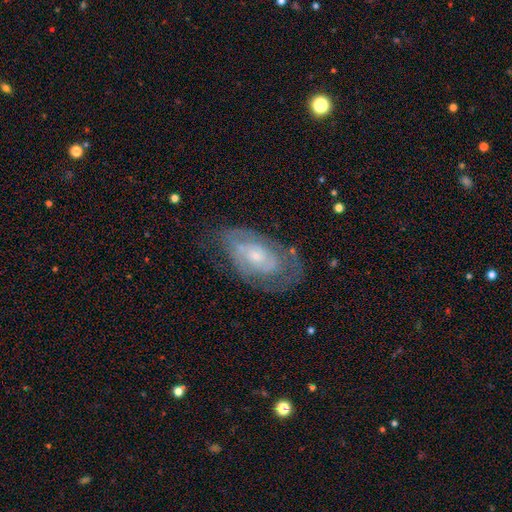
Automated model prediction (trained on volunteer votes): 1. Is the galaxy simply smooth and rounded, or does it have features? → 74% featured or disk, 20% smooth, 7% star or artifact.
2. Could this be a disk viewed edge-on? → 94% no, 6% yes.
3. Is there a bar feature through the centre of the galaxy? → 75% no, 21% weak, 4% strong.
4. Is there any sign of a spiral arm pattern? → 75% yes, 25% no.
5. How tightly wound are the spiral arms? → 60% tight, 30% medium, 10% loose.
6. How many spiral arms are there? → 46% can't tell, 34% 2, 8% 1, 6% 3, 3% 4, 2% more than 4.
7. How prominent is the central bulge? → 63% small, 31% moderate, 3% none, 3% large, 1% dominant.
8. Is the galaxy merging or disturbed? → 61% none, 23% minor disturbance, 14% major disturbance, 2% merger.